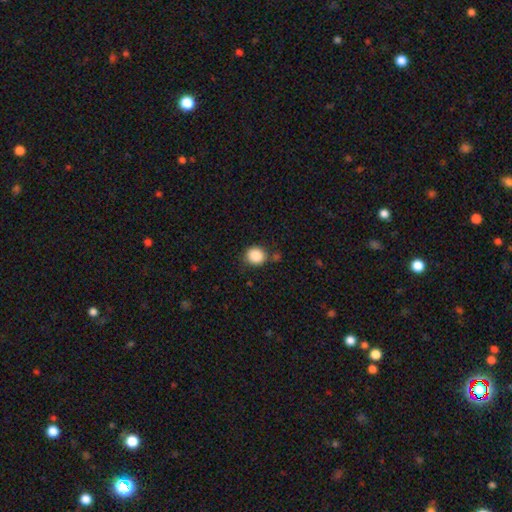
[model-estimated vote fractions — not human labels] Smooth or featured? smooth (88%)
How rounded? round (85%)
Merging? none (79%)